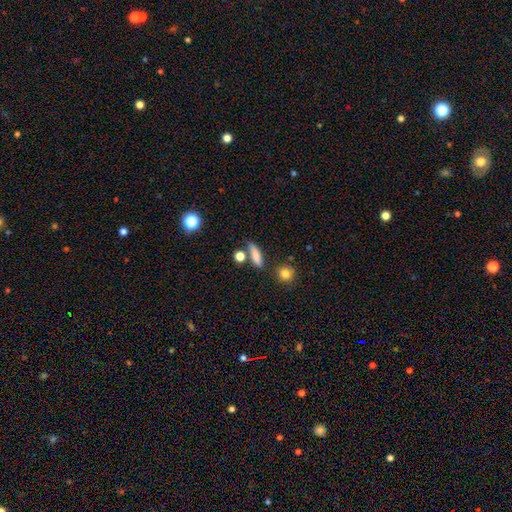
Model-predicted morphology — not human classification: This appears to be a smooth galaxy with no disk features (79%) that is cigar-shaped (56%). Merging: none (63%).